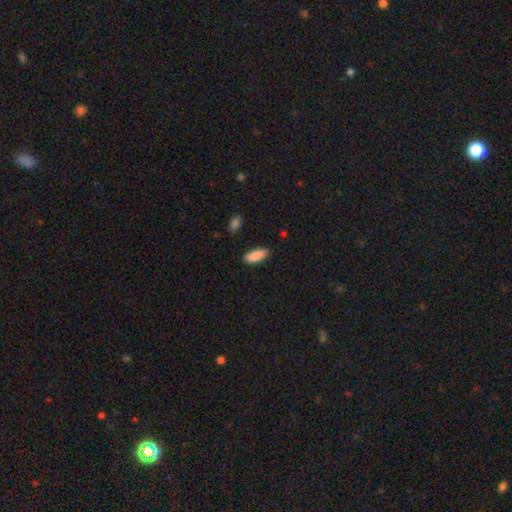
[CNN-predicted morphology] A smooth galaxy with no disk features (90%) that is in between round and cigar-shaped (80%).

Vote fractions:
- Smooth or featured? smooth: 90% / star or artifact: 6% / featured or disk: 4%
- How rounded? in between: 80% / cigar-shaped: 19% / round: 2%
- Merging? none: 83% / minor disturbance: 13% / major disturbance: 3% / merger: 2%